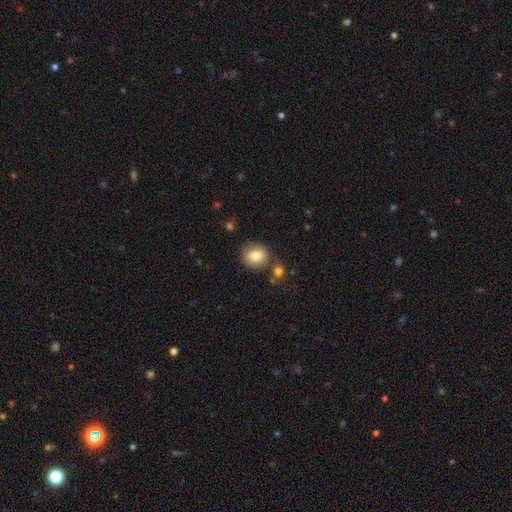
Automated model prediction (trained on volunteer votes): Q: Smooth or featured?
A: smooth (82%); runner-up: featured or disk (9%)
Q: How rounded?
A: round (82%); runner-up: in between (17%)
Q: Merging?
A: none (80%); runner-up: minor disturbance (10%)